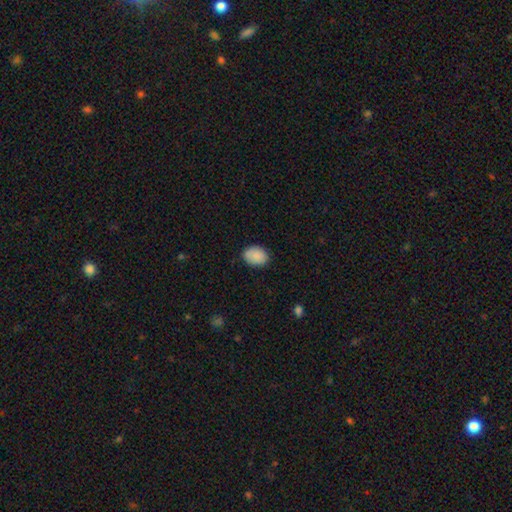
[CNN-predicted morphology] Overall: smooth (87%). How rounded: in between (69%; round 30%). Merging: none (82%).